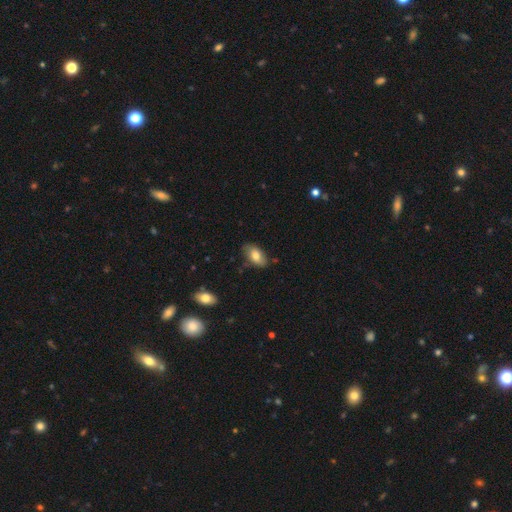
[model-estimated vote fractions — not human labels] smooth_or_featured: smooth (p=0.76) [alt: featured or disk p=0.16]
how_rounded: in between (p=0.92) [alt: round p=0.05]
merging: none (p=0.75) [alt: minor disturbance p=0.19]